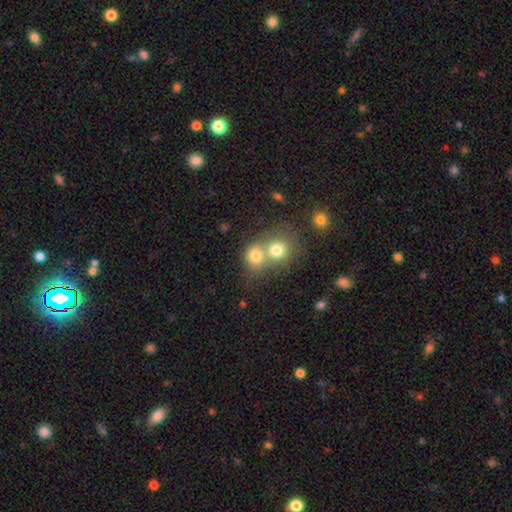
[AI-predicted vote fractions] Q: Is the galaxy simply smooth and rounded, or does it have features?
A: smooth — 76%.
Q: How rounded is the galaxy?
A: round — 77%.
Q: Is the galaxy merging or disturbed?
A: merger — 59%.